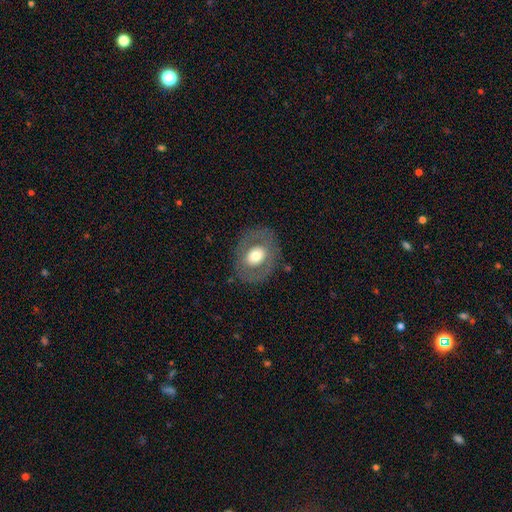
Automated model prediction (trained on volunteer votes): This is possibly a smooth galaxy (53%). How rounded: possibly round (50%). Merging: likely none (79%).